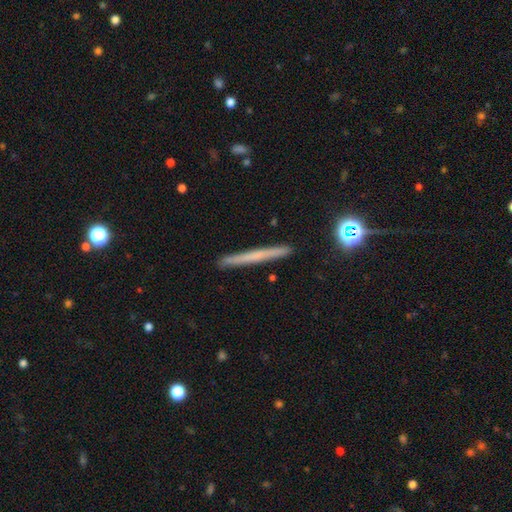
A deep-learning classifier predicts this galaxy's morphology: smooth 51%, featured or disk 41%, star or artifact 9%. Down the decision tree: how rounded — cigar-shaped (96%); merging — none (91%).